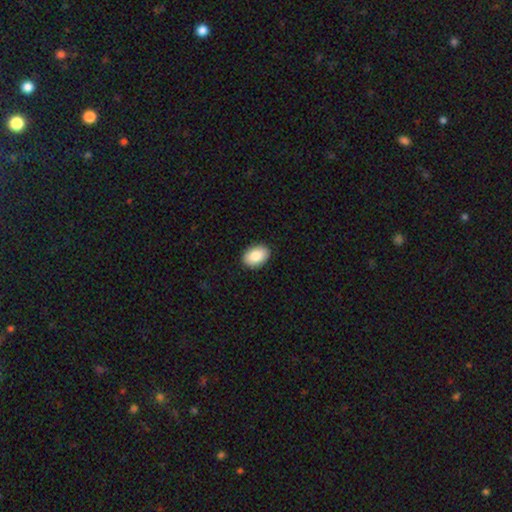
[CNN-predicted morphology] A smooth galaxy with no disk features (85%) that is in between round and cigar-shaped (85%).

Vote fractions:
- Smooth or featured? smooth: 85% / featured or disk: 8% / star or artifact: 7%
- How rounded? in between: 85% / round: 14% / cigar-shaped: 1%
- Merging? none: 90% / minor disturbance: 7% / major disturbance: 2% / merger: 1%